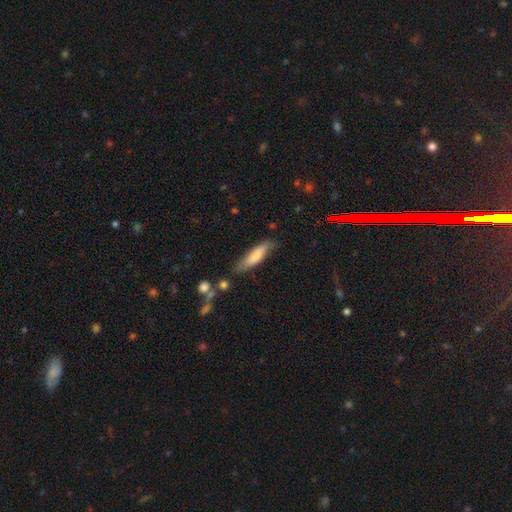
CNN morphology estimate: type=smooth (75%); roundness=cigar-shaped (70%); merging=none (70%).